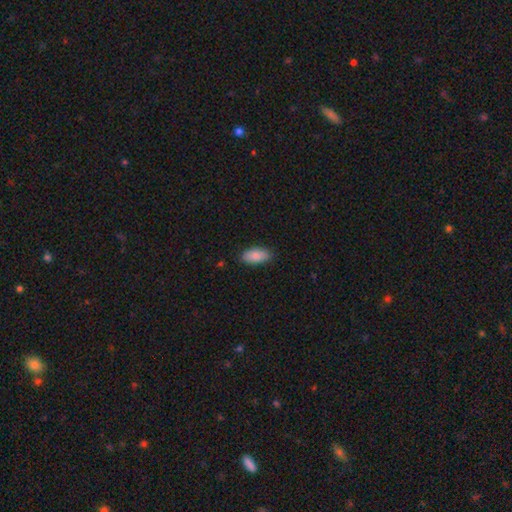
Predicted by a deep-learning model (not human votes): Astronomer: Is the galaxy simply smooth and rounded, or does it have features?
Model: smooth — 86%.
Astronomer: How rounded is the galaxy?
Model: in between — 91%.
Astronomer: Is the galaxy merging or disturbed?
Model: none — 86%.